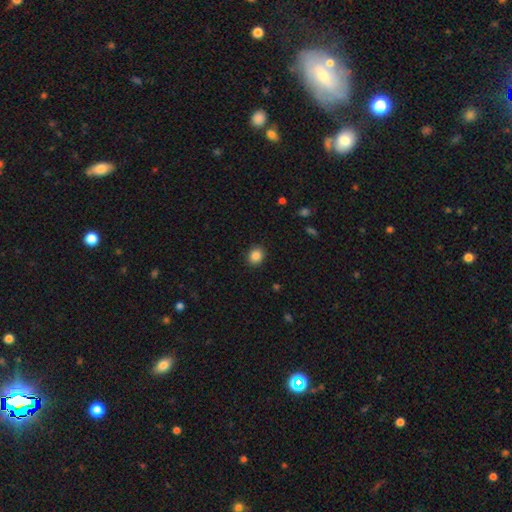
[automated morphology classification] smooth 87%, star or artifact 10%, featured or disk 4%. Down the decision tree: how rounded — round (67%); merging — none (90%).